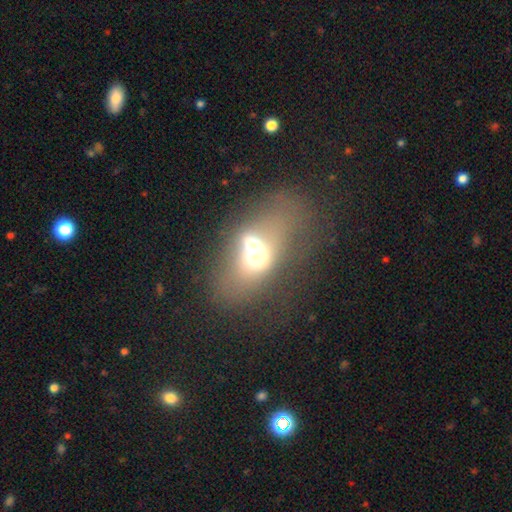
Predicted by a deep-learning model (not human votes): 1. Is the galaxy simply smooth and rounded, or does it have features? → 51% smooth, 34% featured or disk, 15% star or artifact.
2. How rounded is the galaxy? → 67% in between, 30% round, 2% cigar-shaped.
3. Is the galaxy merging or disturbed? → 60% merger, 20% none, 12% major disturbance, 9% minor disturbance.